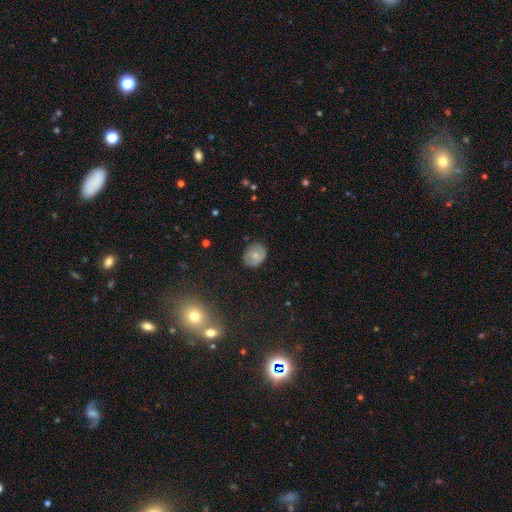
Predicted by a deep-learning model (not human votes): A smooth galaxy with no disk features (69%) that is round (51%).

Vote fractions:
- Smooth or featured? smooth: 69% / featured or disk: 19% / star or artifact: 11%
- How rounded? round: 51% / in between: 48% / cigar-shaped: 1%
- Merging? none: 79% / minor disturbance: 16% / major disturbance: 3% / merger: 1%